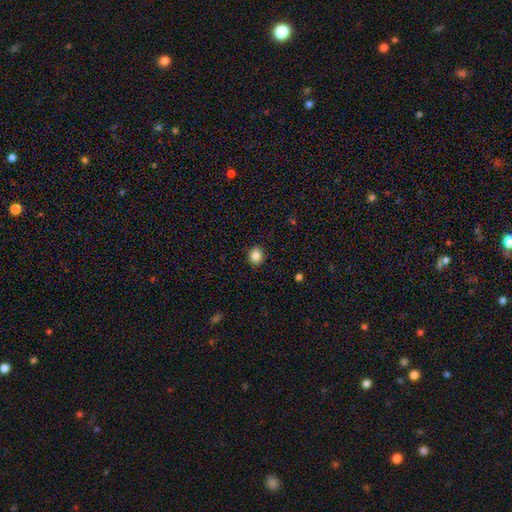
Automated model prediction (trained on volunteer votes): Smooth or featured: smooth — 85% (star or artifact — 10%)
How rounded: round — 73% (in between — 26%)
Merging: none — 91% (minor disturbance — 6%)